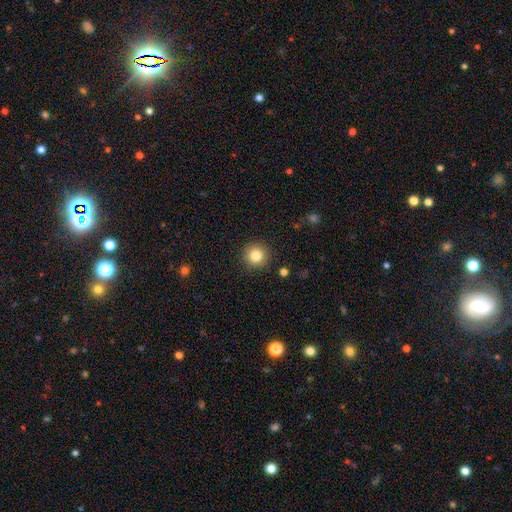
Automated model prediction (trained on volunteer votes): Smooth or featured: smooth — 84% (star or artifact — 10%)
How rounded: round — 95% (in between — 4%)
Merging: none — 91% (minor disturbance — 6%)